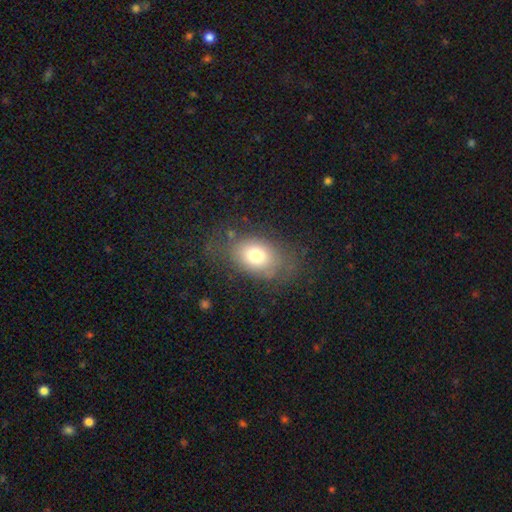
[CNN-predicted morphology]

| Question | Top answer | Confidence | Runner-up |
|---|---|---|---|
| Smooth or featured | smooth | 72% | featured or disk (18%) |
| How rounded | in between | 77% | round (22%) |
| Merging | none | 67% | minor disturbance (19%) |